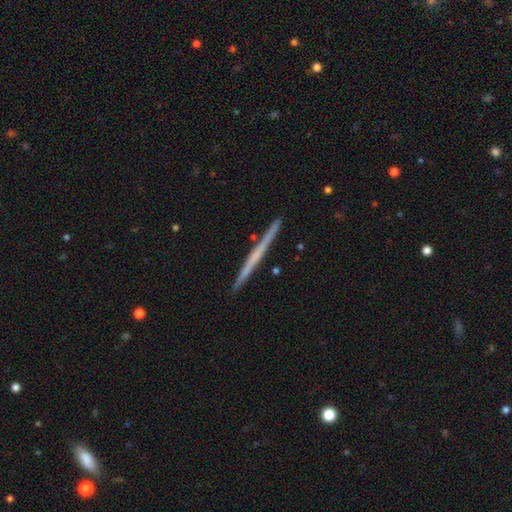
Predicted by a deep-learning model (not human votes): Smooth or featured? featured or disk (61%)
Edge-on disk? yes (98%)
Edge-on bulge? none (84%)
Merging? none (92%)